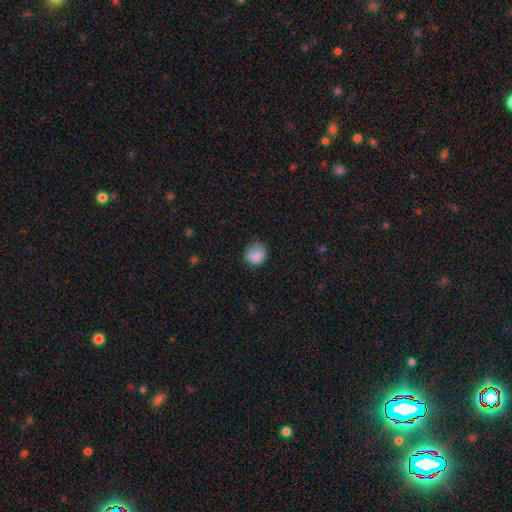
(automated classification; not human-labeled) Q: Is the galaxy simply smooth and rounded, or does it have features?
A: smooth — 81%.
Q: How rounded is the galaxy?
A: round — 74%.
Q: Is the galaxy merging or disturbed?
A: none — 59%.